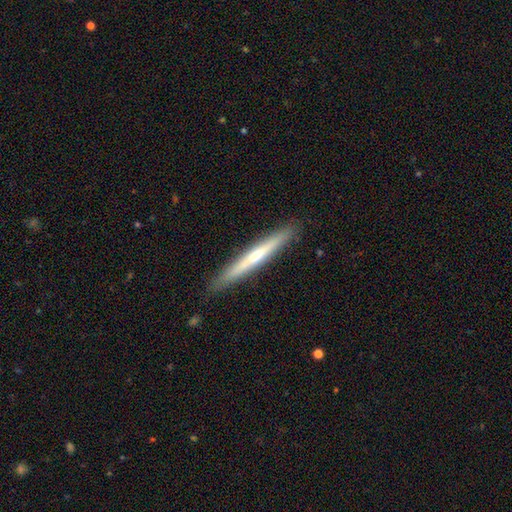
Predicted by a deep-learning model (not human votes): Smooth or featured? Predicted: featured or disk (p=0.50). Edge-on disk? Predicted: yes (p=0.96). Merging? Predicted: none (p=0.90).